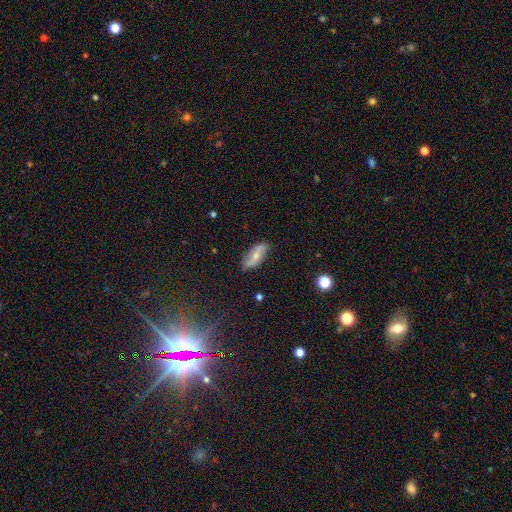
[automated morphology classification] Smooth or featured? Predicted: featured or disk (p=0.48). Merging? Predicted: none (p=0.79).